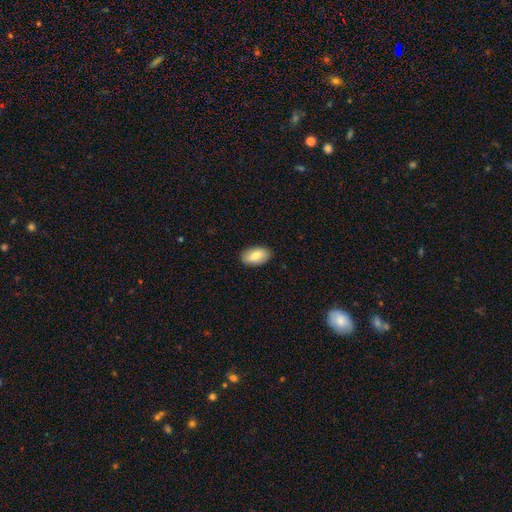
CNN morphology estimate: Overall: smooth (78%). How rounded: in between (94%). Merging: none (88%).